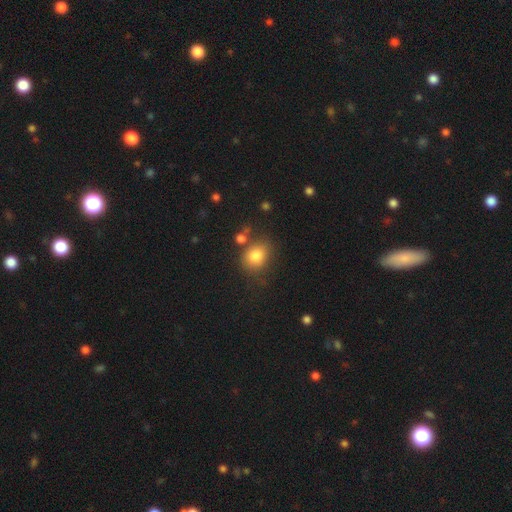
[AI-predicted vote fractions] smooth_or_featured: smooth (p=0.82) [alt: star or artifact p=0.10]
how_rounded: round (p=0.57) [alt: in between p=0.42]
merging: none (p=0.67) [alt: minor disturbance p=0.17]